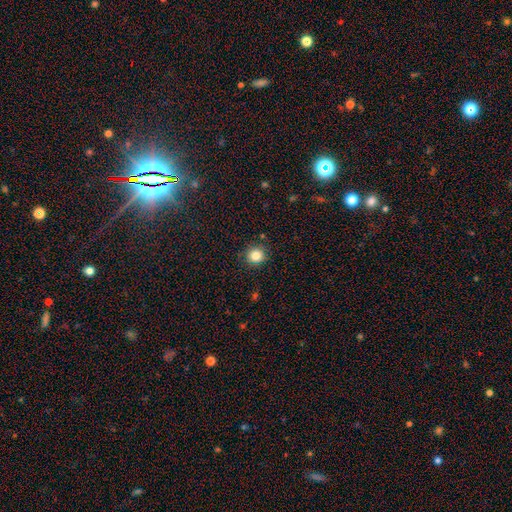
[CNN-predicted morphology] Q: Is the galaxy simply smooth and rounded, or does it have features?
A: smooth — 84%.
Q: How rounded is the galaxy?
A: round — 92%.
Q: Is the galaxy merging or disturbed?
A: none — 89%.